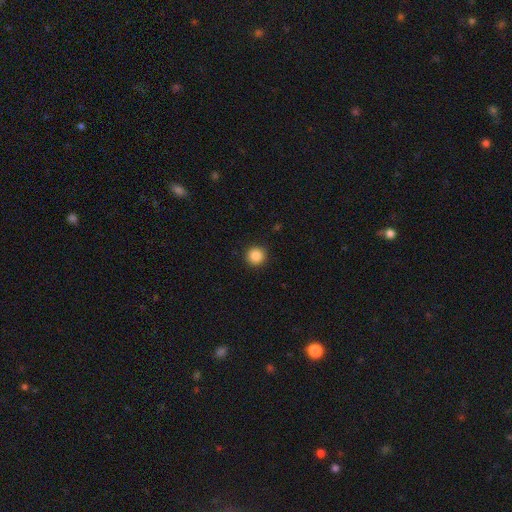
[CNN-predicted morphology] Smooth or featured? smooth (87%)
How rounded? round (96%)
Merging? none (93%)